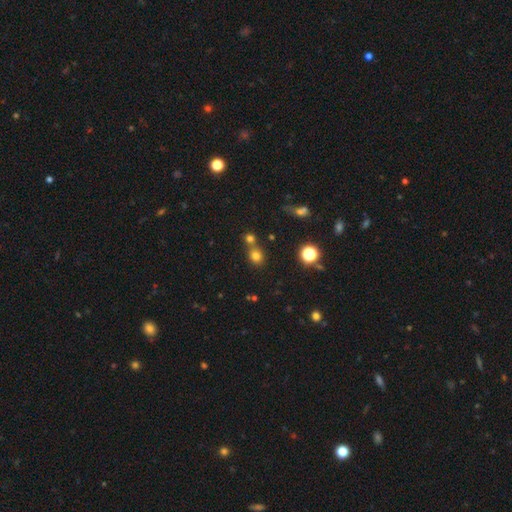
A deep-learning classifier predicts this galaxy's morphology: A smooth galaxy with no disk features (74%) that is round (75%). Merging: none (57%).